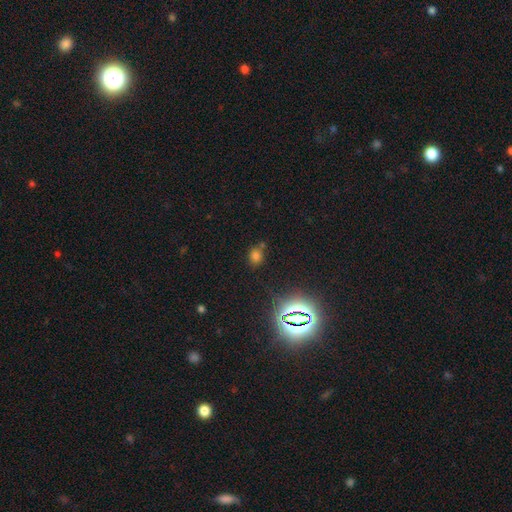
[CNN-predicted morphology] smooth-or-featured: smooth: 63% | star or artifact: 30% | featured or disk: 7%
  how-rounded: round: 56% | in between: 43% | cigar-shaped: 2%
  merging: none: 68% | minor disturbance: 14% | merger: 14% | major disturbance: 5%